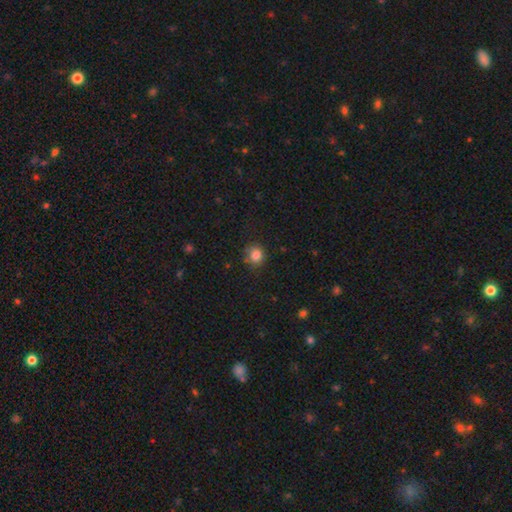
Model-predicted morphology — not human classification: type=smooth (84%); roundness=round (84%); merging=none (77%).